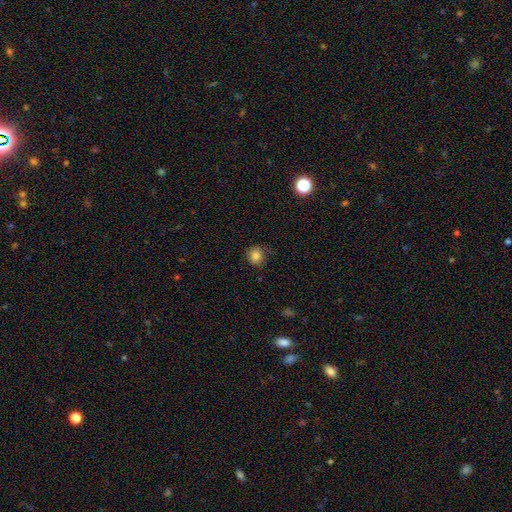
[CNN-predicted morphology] The model was most divided on "merging": none: 80%, minor disturbance: 16%, major disturbance: 3%, merger: 1%. More confident: how rounded — round (88%); smooth or featured — smooth (83%).